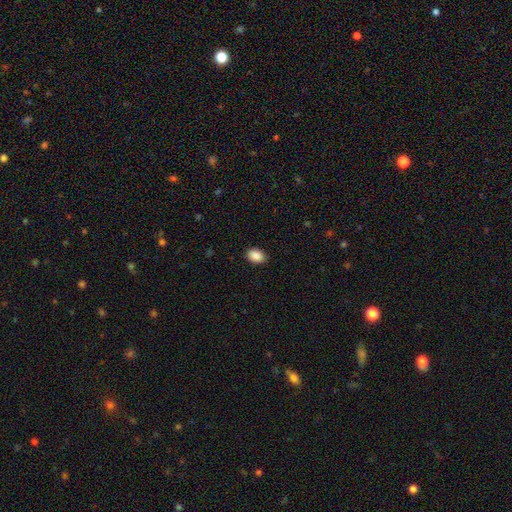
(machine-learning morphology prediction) A smooth galaxy with no disk features (90%) that is in between round and cigar-shaped (81%).

Vote fractions:
- Smooth or featured? smooth: 90% / star or artifact: 8% / featured or disk: 3%
- How rounded? in between: 81% / round: 18% / cigar-shaped: 1%
- Merging? none: 88% / minor disturbance: 9% / major disturbance: 2% / merger: 1%